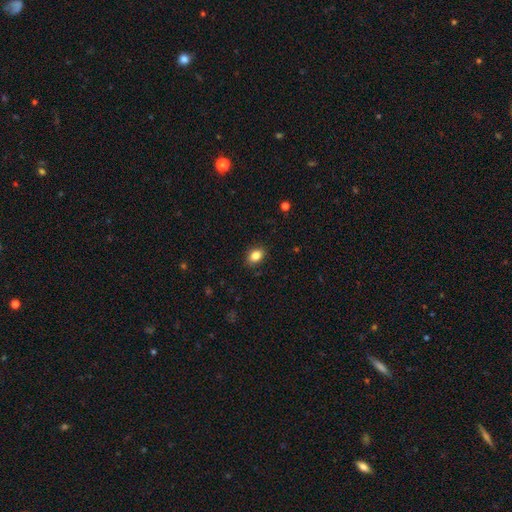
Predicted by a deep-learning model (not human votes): Smooth or featured?
  - smooth: 85% *
  - star or artifact: 9%
  - featured or disk: 6%
How rounded?
  - in between: 78% *
  - round: 21%
  - cigar-shaped: 1%
Merging?
  - none: 87% *
  - minor disturbance: 9%
  - major disturbance: 2%
  - merger: 1%